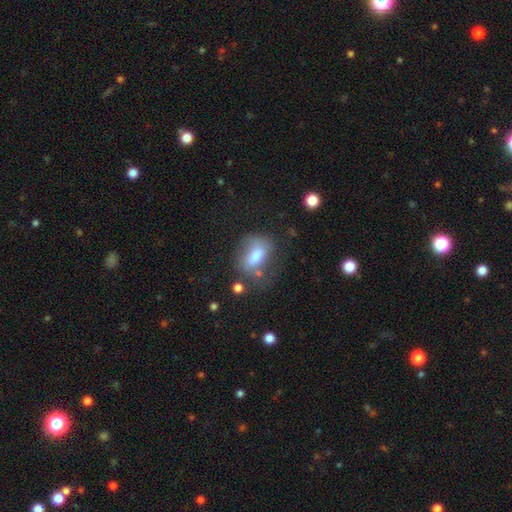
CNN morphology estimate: smooth 67%, featured or disk 23%, star or artifact 10%. Down the decision tree: how rounded — in between (81%); merging — none (48%).